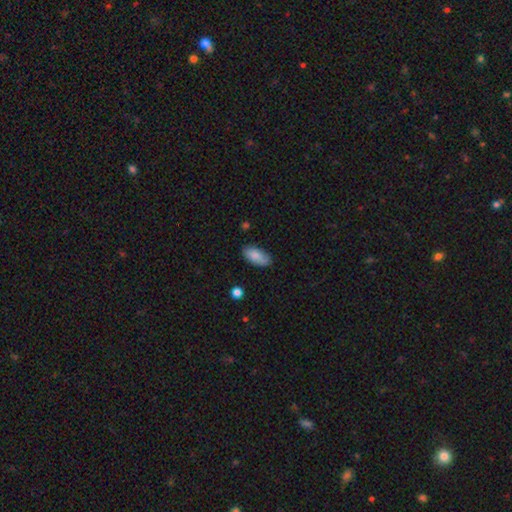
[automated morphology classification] smooth 86%, featured or disk 7%, star or artifact 7%. Down the decision tree: how rounded — in between (90%); merging — none (79%).